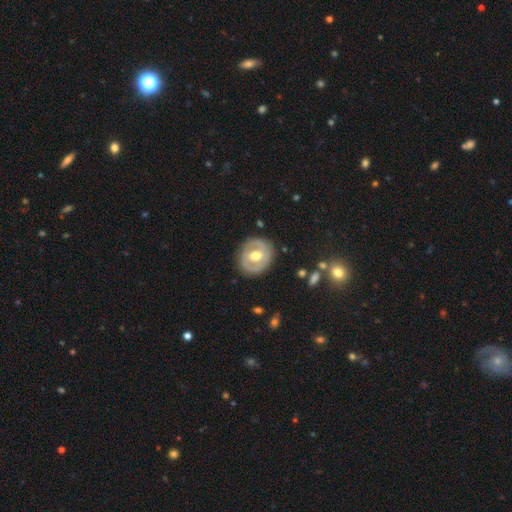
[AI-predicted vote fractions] A featured or disk galaxy (67%) with a weak bar (44%), spiral arms (54%) and a moderate central bulge (77%). Merging: none (82%).